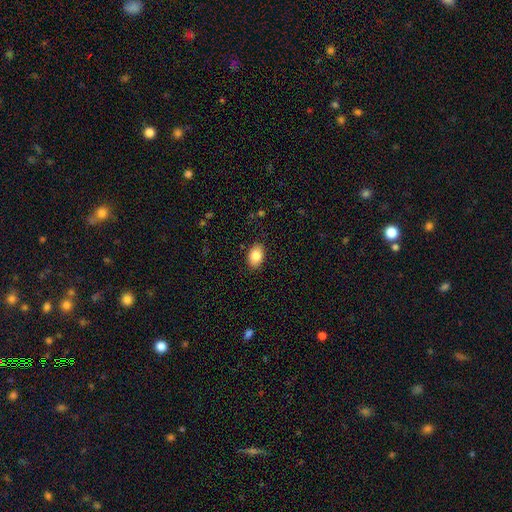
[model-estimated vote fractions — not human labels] A smooth galaxy with no disk features (83%) that is in between round and cigar-shaped (86%). Merging: none (88%).